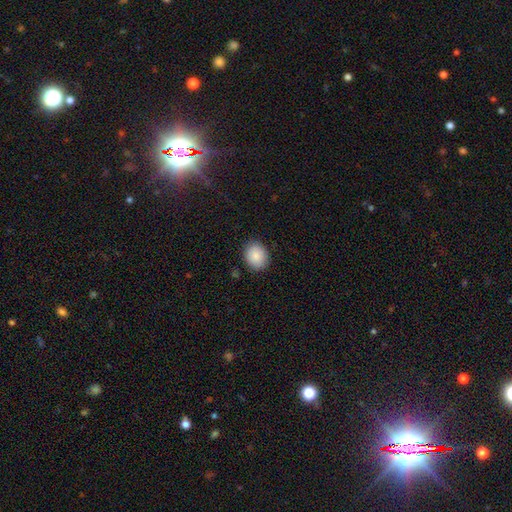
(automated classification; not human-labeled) A smooth galaxy with no disk features (88%) that is round (57%). Merging: none (87%).